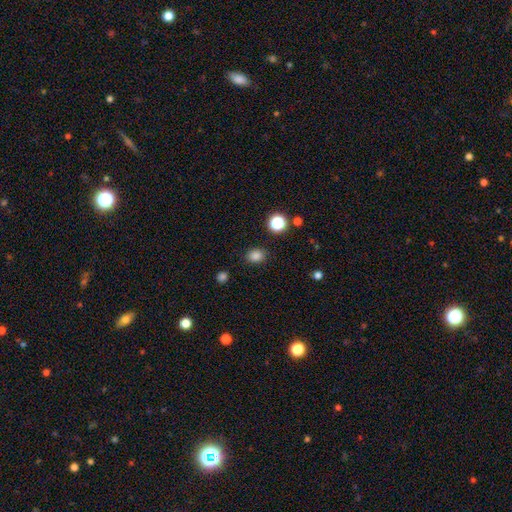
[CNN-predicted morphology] Smooth or featured: smooth — 83% (star or artifact — 14%)
How rounded: round — 53% (in between — 47%)
Merging: none — 87% (minor disturbance — 8%)